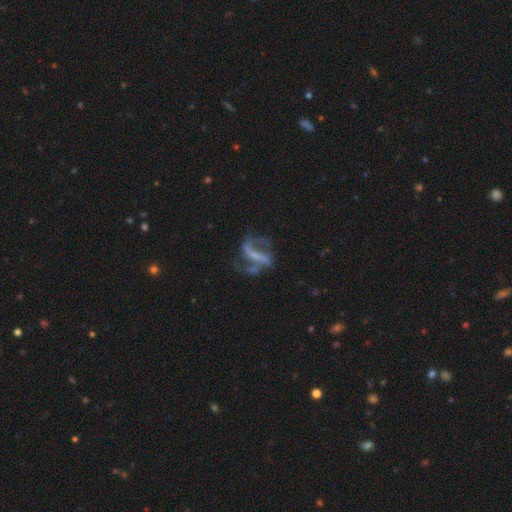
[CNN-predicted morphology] type=featured or disk (81%); edge-on=no (95%); bar=strong (53%); spiral arms=yes (87%); winding=loose (58%); arm count=2 (80%); bulge=small (49%); merging=none (50%).